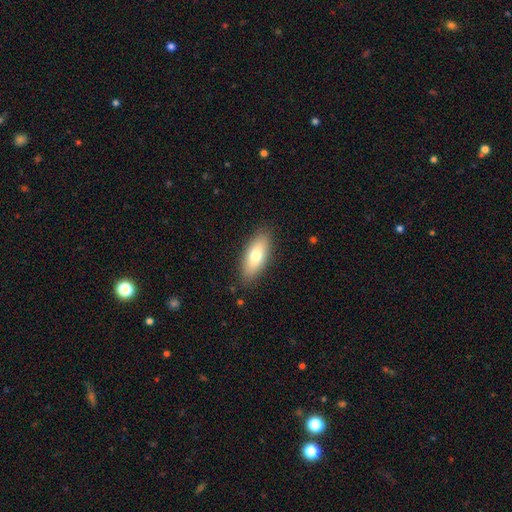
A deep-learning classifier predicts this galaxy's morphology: Smooth or featured?
  - smooth: 72% *
  - featured or disk: 21%
  - star or artifact: 7%
How rounded?
  - in between: 78% *
  - cigar-shaped: 19%
  - round: 3%
Merging?
  - none: 86% *
  - minor disturbance: 10%
  - major disturbance: 2%
  - merger: 1%